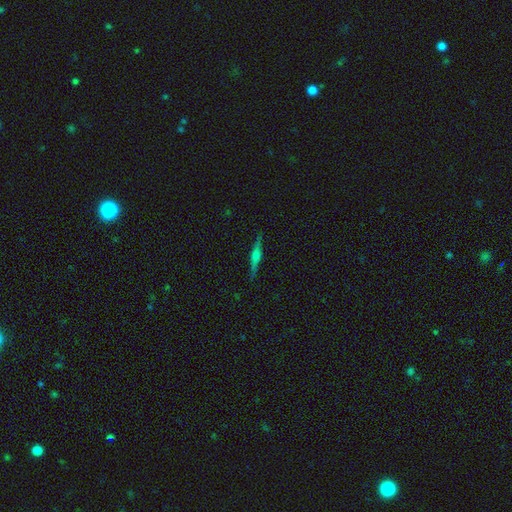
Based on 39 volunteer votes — A featured or disk galaxy (77%) viewed edge-on (100%) with a rounded central bulge (73%). Merging: none (89%).